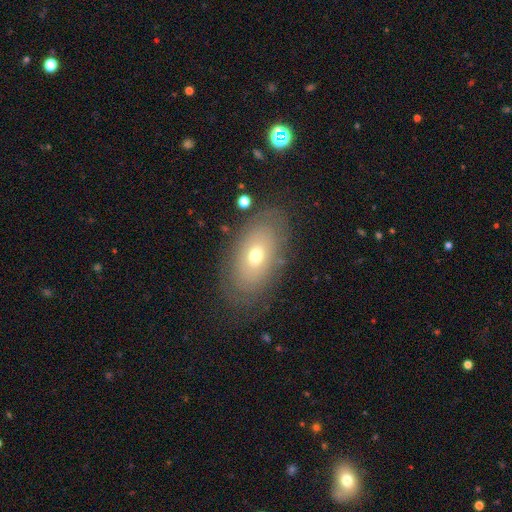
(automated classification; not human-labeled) Smooth or featured? smooth (55%)
How rounded? in between (89%)
Merging? none (79%)